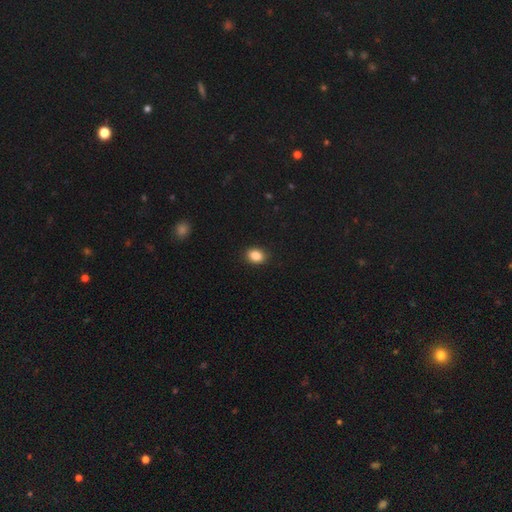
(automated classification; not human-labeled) Q: Smooth or featured?
A: smooth (86%); runner-up: star or artifact (9%)
Q: How rounded?
A: in between (59%); runner-up: round (40%)
Q: Merging?
A: none (90%); runner-up: minor disturbance (7%)